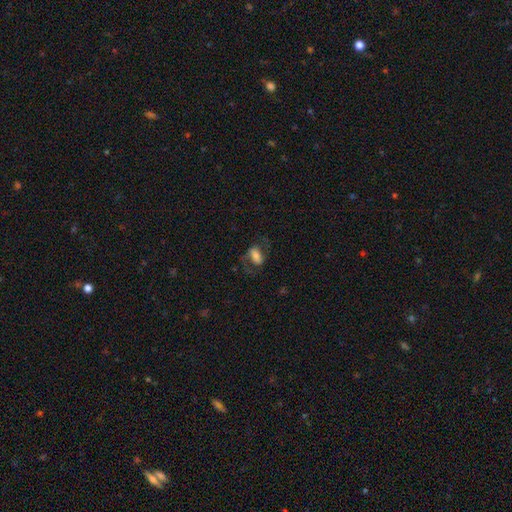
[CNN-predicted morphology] A featured or disk galaxy (48%).

Vote fractions:
- Smooth or featured? featured or disk: 48% / smooth: 43% / star or artifact: 9%
- Merging? none: 60% / major disturbance: 20% / minor disturbance: 18% / merger: 2%